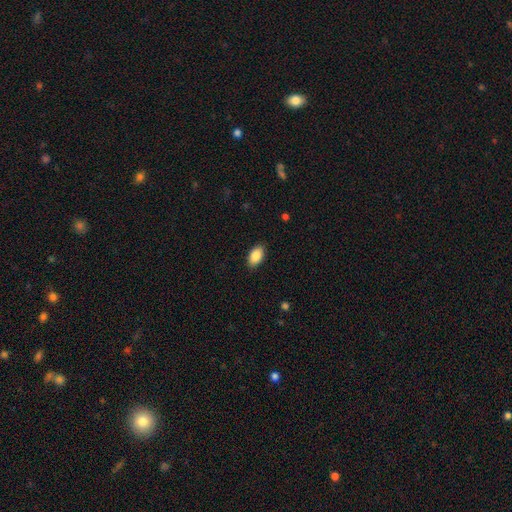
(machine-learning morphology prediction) The model was most divided on "merging": none: 88%, minor disturbance: 9%, major disturbance: 2%, merger: 1%. More confident: how rounded — in between (93%); smooth or featured — smooth (88%).